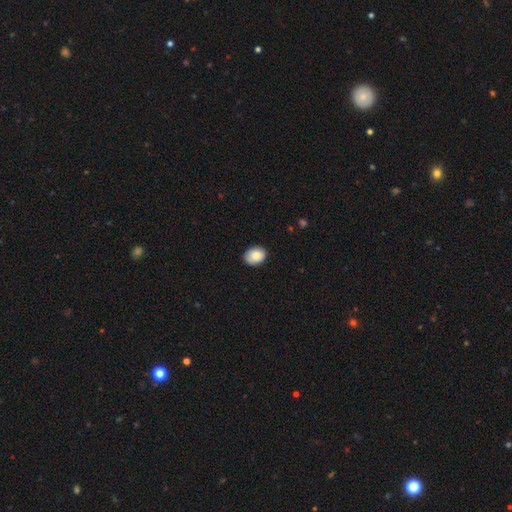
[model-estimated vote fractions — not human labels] Smooth or featured?
  - smooth: 87% *
  - star or artifact: 7%
  - featured or disk: 6%
How rounded?
  - in between: 60% *
  - round: 39%
  - cigar-shaped: 1%
Merging?
  - none: 85% *
  - minor disturbance: 12%
  - major disturbance: 2%
  - merger: 1%